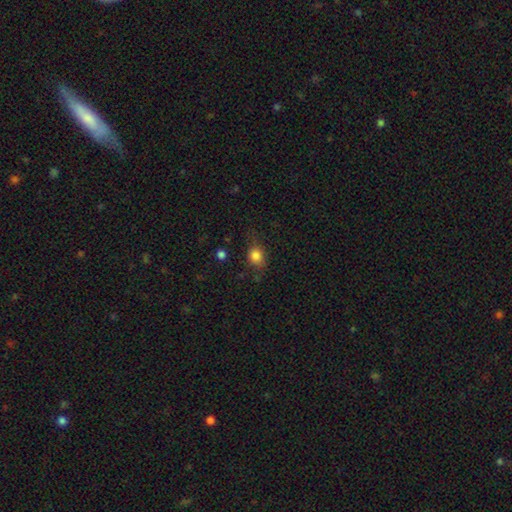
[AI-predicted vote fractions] A smooth galaxy with no disk features (83%) that is round (57%). Merging: none (69%).